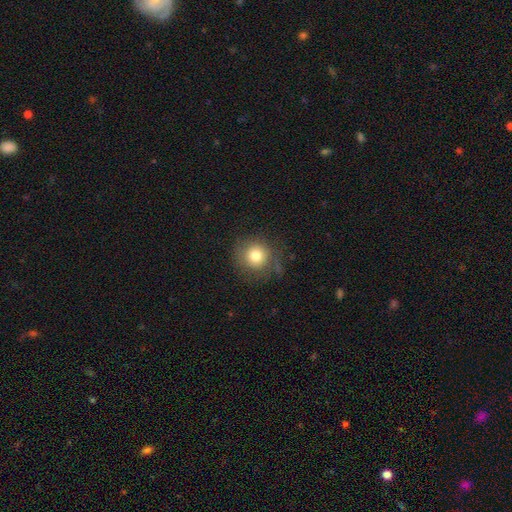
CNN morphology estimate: smooth_or_featured: smooth (p=0.78) [alt: featured or disk p=0.11]
how_rounded: round (p=0.91) [alt: in between p=0.08]
merging: none (p=0.77) [alt: minor disturbance p=0.15]